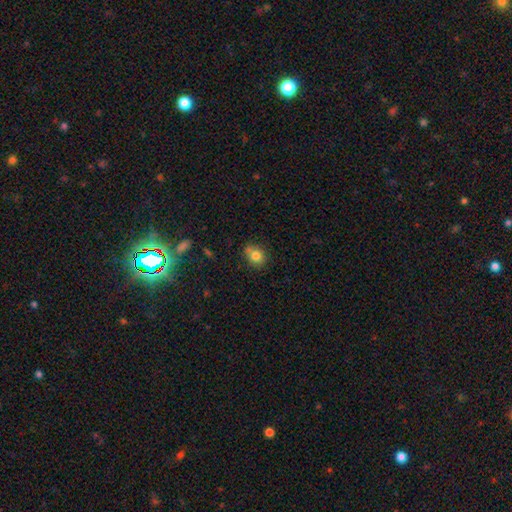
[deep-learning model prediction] A smooth galaxy with no disk features (79%) that is round (76%).

Vote fractions:
- Smooth or featured? smooth: 79% / star or artifact: 11% / featured or disk: 9%
- How rounded? round: 76% / in between: 23% / cigar-shaped: 1%
- Merging? none: 66% / minor disturbance: 17% / merger: 14% / major disturbance: 4%